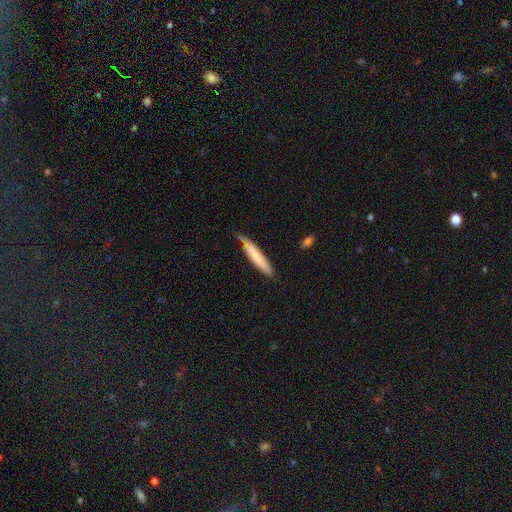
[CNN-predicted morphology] This is likely a smooth galaxy (67%). How rounded: clearly cigar-shaped (91%). Merging: possibly none (51%).